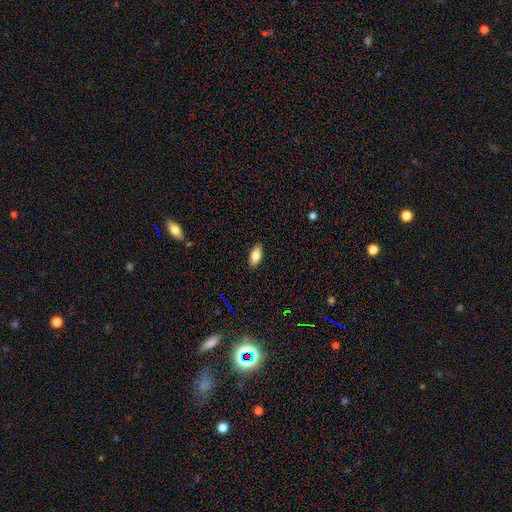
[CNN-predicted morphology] A smooth galaxy with no disk features (84%) that is in between round and cigar-shaped (88%).

Vote fractions:
- Smooth or featured? smooth: 84% / featured or disk: 9% / star or artifact: 7%
- How rounded? in between: 88% / cigar-shaped: 10% / round: 2%
- Merging? none: 89% / minor disturbance: 9% / major disturbance: 2% / merger: 1%